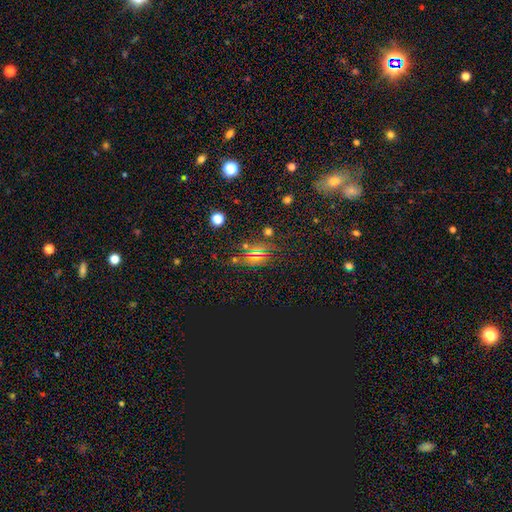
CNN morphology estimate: smooth_or_featured: star or artifact (p=0.55) [alt: smooth p=0.33]